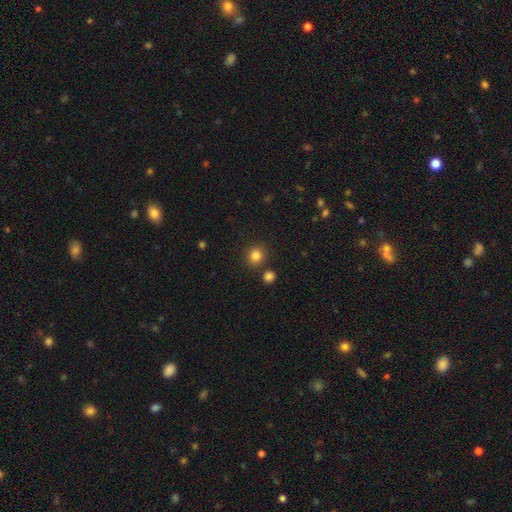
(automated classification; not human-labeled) A smooth galaxy with no disk features (84%) that is round (89%).

Vote fractions:
- Smooth or featured? smooth: 84% / star or artifact: 12% / featured or disk: 5%
- How rounded? round: 89% / in between: 10% / cigar-shaped: 1%
- Merging? none: 83% / minor disturbance: 7% / merger: 7% / major disturbance: 3%